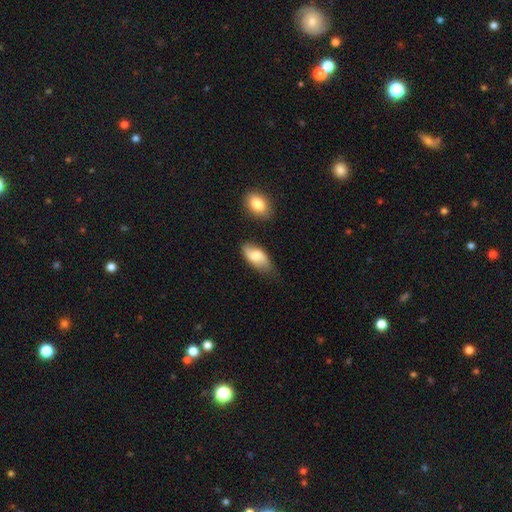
Smooth or featured?
  - smooth: 76% *
  - featured or disk: 24%
  - star or artifact: 0%
How rounded?
  - in between: 90% *
  - round: 7%
  - cigar-shaped: 3%
Merging?
  - none: 61% *
  - minor disturbance: 32%
  - major disturbance: 8%
  - merger: 0%